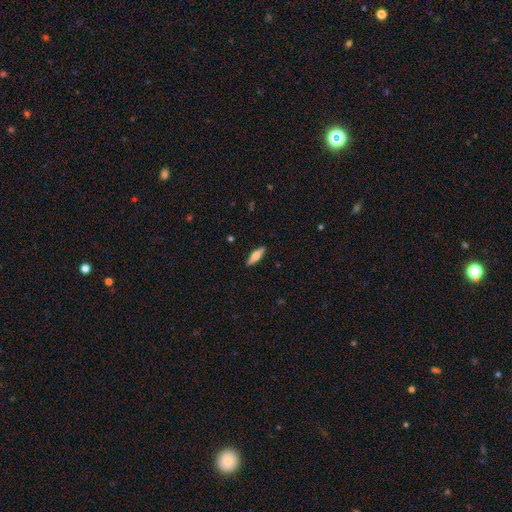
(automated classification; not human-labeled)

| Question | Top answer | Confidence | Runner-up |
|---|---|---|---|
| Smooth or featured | smooth | 53% | featured or disk (41%) |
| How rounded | cigar-shaped | 58% | in between (39%) |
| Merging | none | 90% | minor disturbance (7%) |